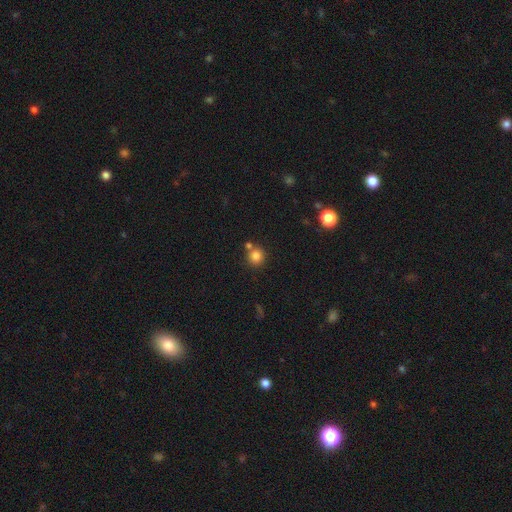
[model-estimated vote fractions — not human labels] Morphology: type=smooth (83%); roundness=round (90%); merging=none (69%).